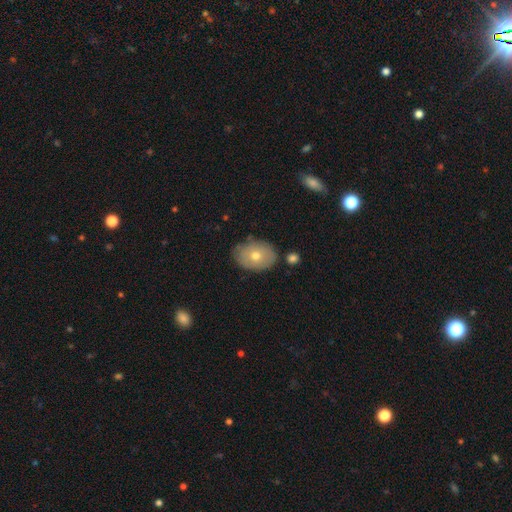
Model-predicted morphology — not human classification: smooth_or_featured: smooth (p=0.63) [alt: featured or disk p=0.29]
how_rounded: in between (p=0.78) [alt: round p=0.21]
merging: none (p=0.79) [alt: minor disturbance p=0.15]